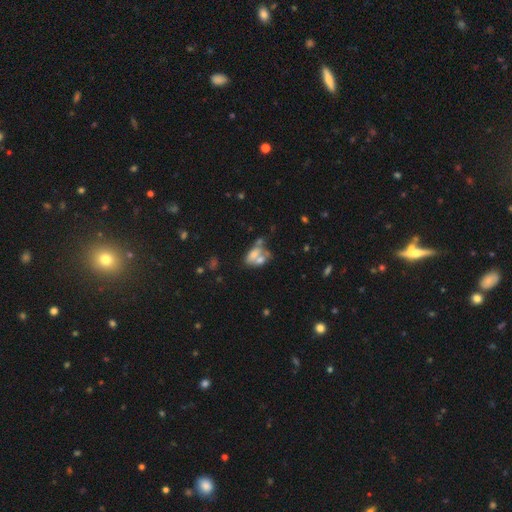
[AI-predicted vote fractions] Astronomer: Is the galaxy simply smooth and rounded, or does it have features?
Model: smooth — 54% (runner-up: featured or disk, 34%).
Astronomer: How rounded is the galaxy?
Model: in between — 84%.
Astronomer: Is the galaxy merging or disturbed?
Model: merger — 54%.